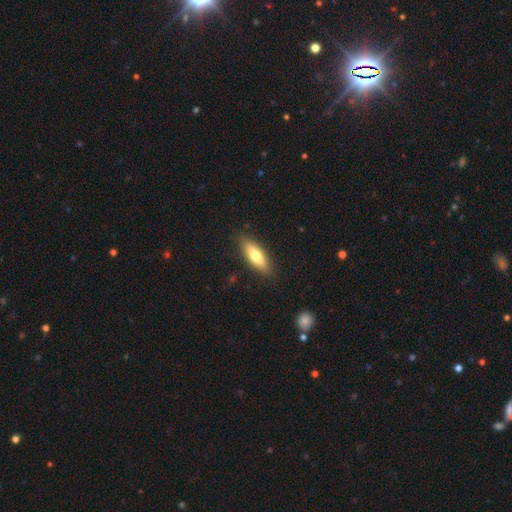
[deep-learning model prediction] Smooth or featured? Predicted: smooth (p=0.69). How rounded? Predicted: in between (p=0.56). Merging? Predicted: none (p=0.87).